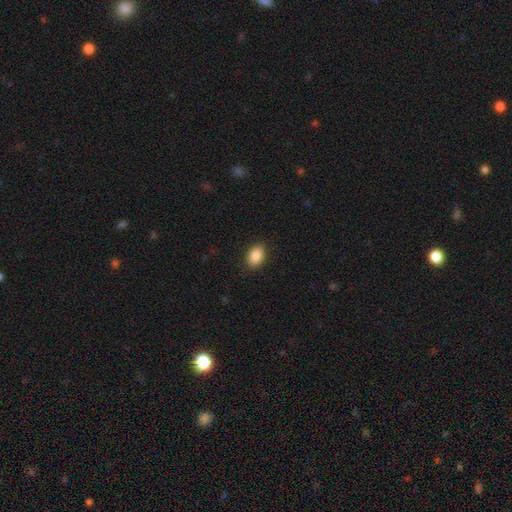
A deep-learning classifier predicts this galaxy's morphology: smooth_or_featured: smooth (p=0.87) [alt: star or artifact p=0.08]
how_rounded: in between (p=0.83) [alt: round p=0.15]
merging: none (p=0.89) [alt: minor disturbance p=0.08]